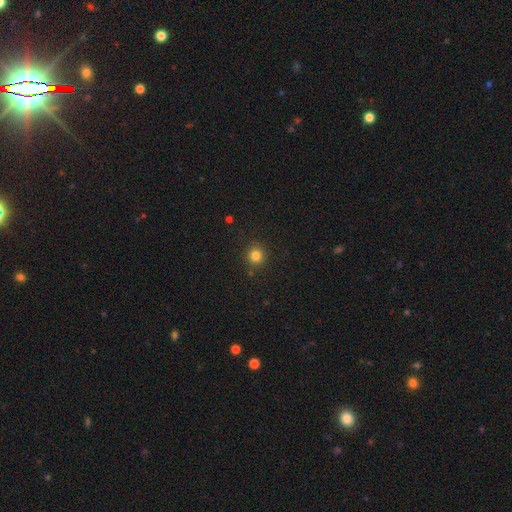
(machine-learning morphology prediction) The model was most divided on "smooth or featured": smooth: 82%, star or artifact: 13%, featured or disk: 5%. More confident: how rounded — round (93%); merging — none (89%).